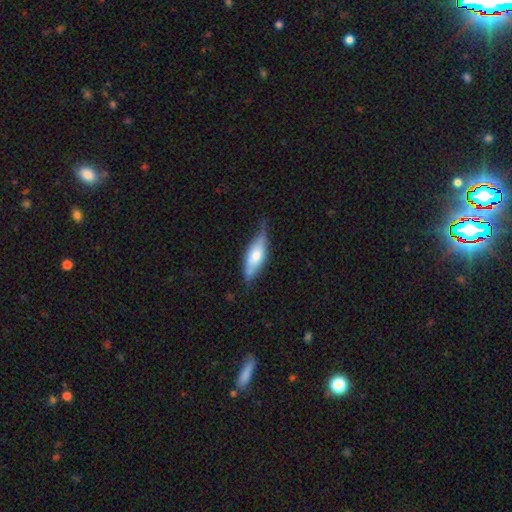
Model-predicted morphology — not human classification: The model was most divided on "smooth or featured": smooth: 52%, featured or disk: 42%, star or artifact: 6%. More confident: merging — none (63%); how rounded — in between (61%).